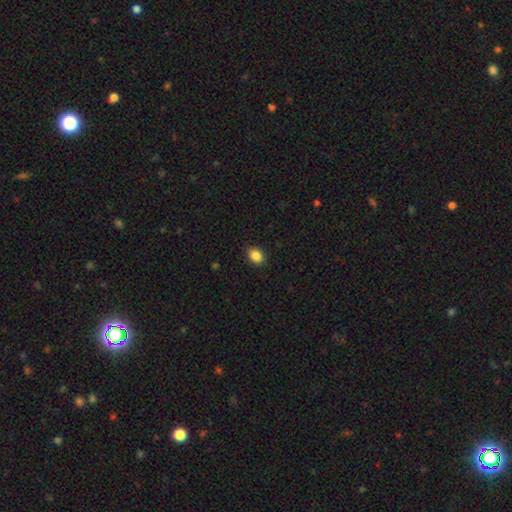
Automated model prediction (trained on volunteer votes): Overall: smooth (88%). How rounded: in between (63%; round 36%). Merging: none (90%).